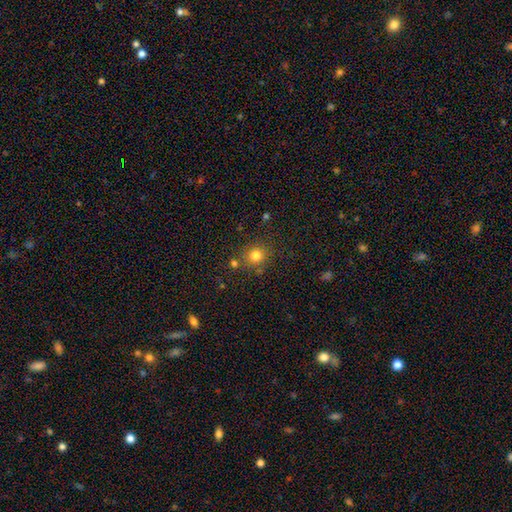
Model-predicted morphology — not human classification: type=smooth (79%); roundness=round (86%); merging=none (79%).